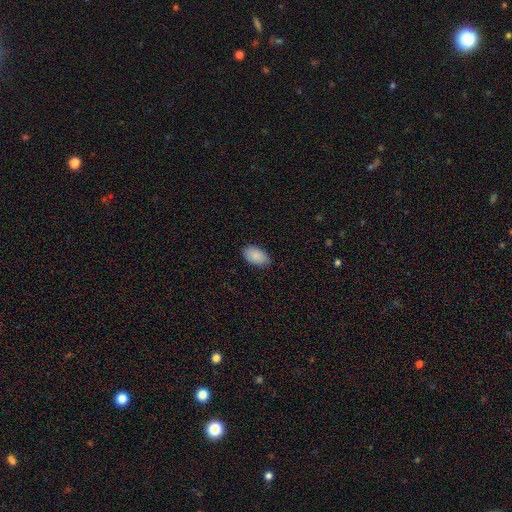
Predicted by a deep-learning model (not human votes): smooth_or_featured: smooth (p=0.89) [alt: star or artifact p=0.07]
how_rounded: in between (p=0.94) [alt: round p=0.04]
merging: none (p=0.83) [alt: minor disturbance p=0.13]